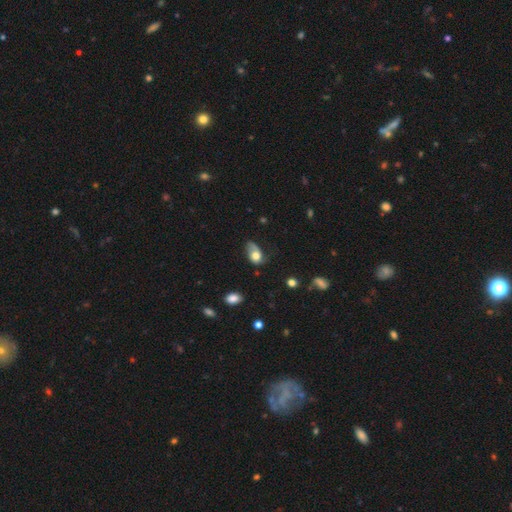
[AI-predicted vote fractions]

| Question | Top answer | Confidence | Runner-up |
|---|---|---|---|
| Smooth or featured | smooth | 59% | featured or disk (33%) |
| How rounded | in between | 78% | round (20%) |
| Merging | minor disturbance | 33% | none (32%) |